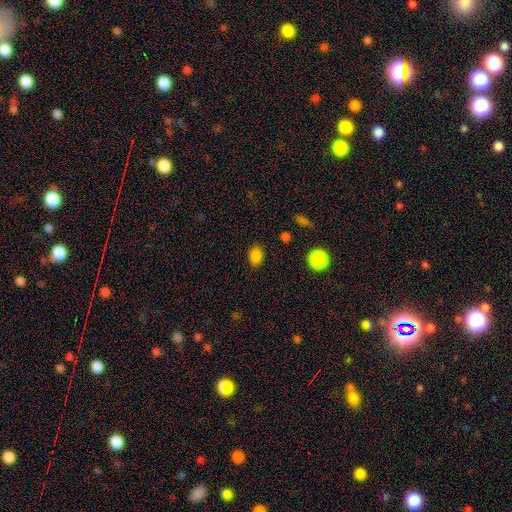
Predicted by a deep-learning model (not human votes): The model was most divided on "how rounded": in between: 74%, round: 25%, cigar-shaped: 1%. More confident: merging — none (85%); smooth or featured — smooth (85%).